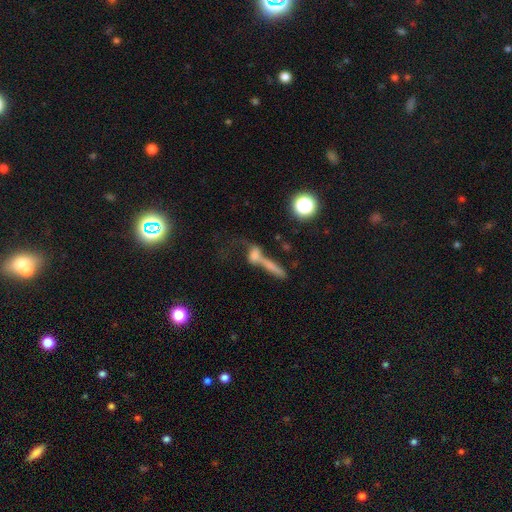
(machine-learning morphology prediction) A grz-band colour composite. It shows a smooth galaxy with no disk features (48%). Merging: merger (51%).